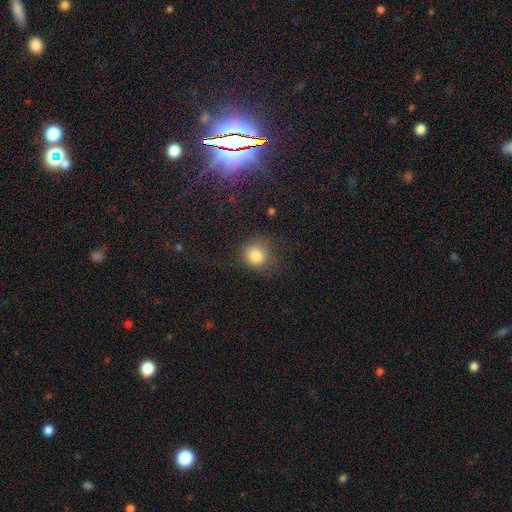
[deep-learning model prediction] This appears to be a smooth galaxy with no disk features (83%) that is round (82%). Merging: none (73%).